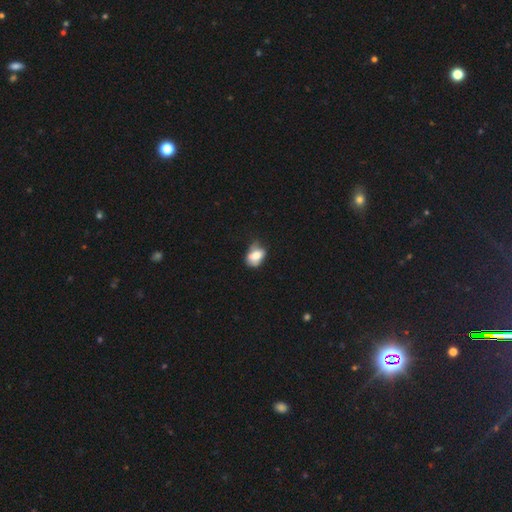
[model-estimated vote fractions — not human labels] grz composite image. It shows a smooth galaxy with no disk features (72%) that is in between round and cigar-shaped (75%). Merging: minor disturbance (40%).